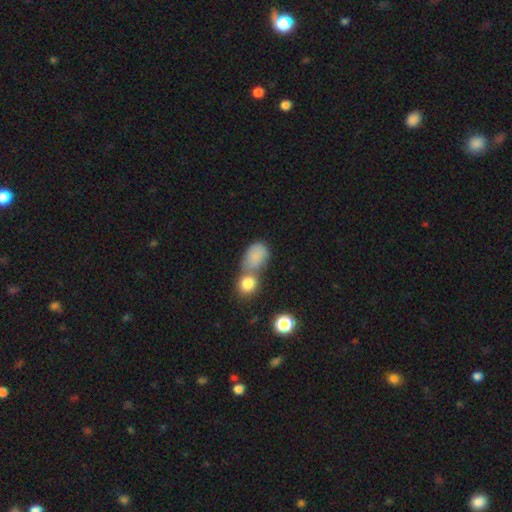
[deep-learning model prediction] Smooth or featured? smooth (79%)
How rounded? in between (73%)
Merging? merger (55%)